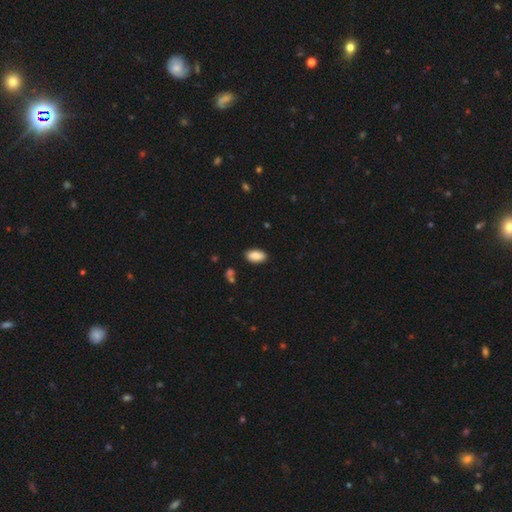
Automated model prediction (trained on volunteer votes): smooth 87%, star or artifact 7%, featured or disk 6%. Down the decision tree: how rounded — in between (94%); merging — none (88%).